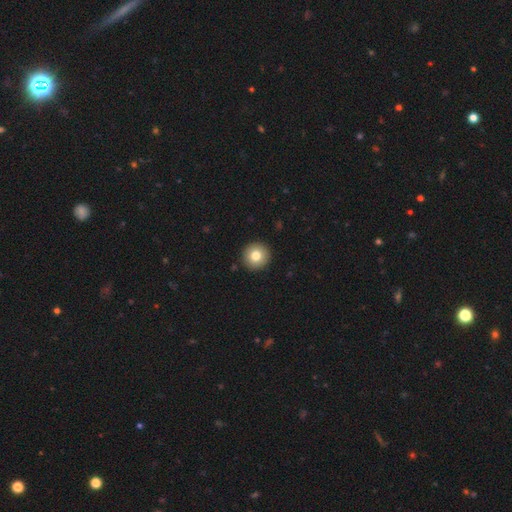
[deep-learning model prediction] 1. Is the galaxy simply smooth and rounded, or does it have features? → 80% smooth, 11% featured or disk, 9% star or artifact.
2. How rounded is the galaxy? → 96% round, 3% in between, 1% cigar-shaped.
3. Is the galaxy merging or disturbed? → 93% none, 4% minor disturbance, 1% major disturbance, 1% merger.